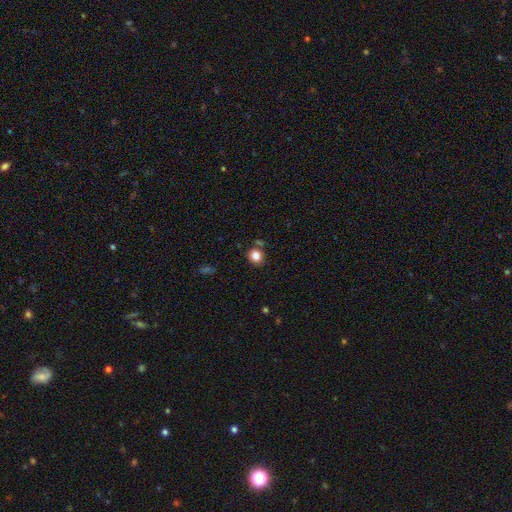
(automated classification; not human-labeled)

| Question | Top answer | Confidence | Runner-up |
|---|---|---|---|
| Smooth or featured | smooth | 83% | star or artifact (12%) |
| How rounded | round | 82% | in between (17%) |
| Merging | none | 81% | minor disturbance (10%) |